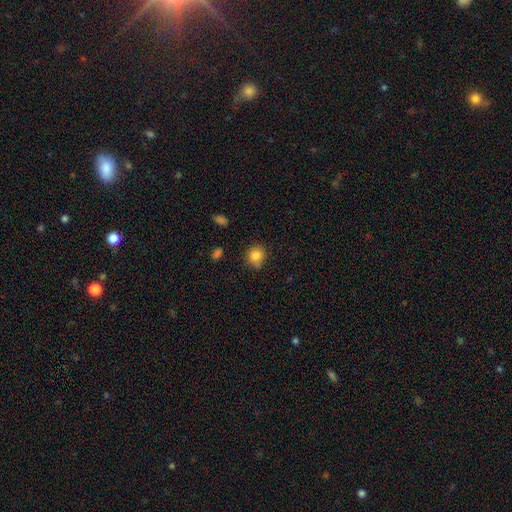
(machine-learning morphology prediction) Smooth or featured: smooth — 83% (star or artifact — 10%)
How rounded: round — 80% (in between — 20%)
Merging: none — 75% (minor disturbance — 19%)